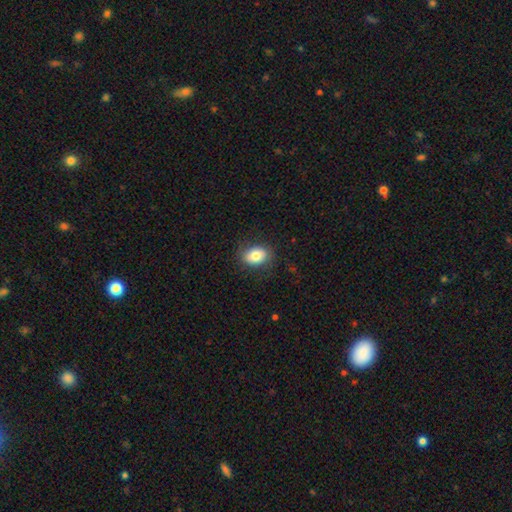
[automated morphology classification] The model was most divided on "how rounded": in between: 71%, round: 28%, cigar-shaped: 1%. More confident: merging — none (83%); smooth or featured — smooth (81%).